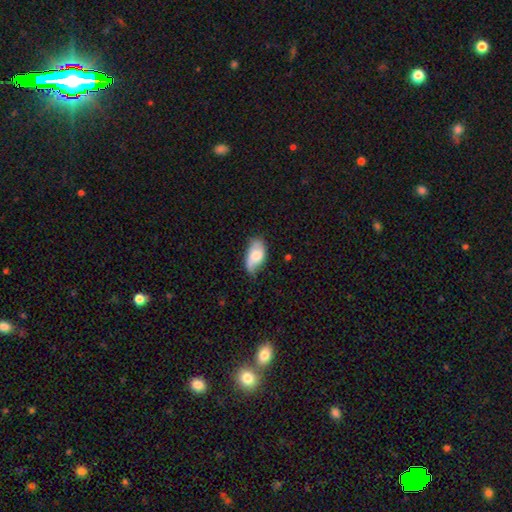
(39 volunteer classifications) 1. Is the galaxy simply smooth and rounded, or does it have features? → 64% smooth, 28% featured or disk, 8% star or artifact.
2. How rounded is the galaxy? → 96% in between, 4% round, 0% cigar-shaped.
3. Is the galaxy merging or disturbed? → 44% none, 42% minor disturbance, 11% major disturbance, 3% merger.